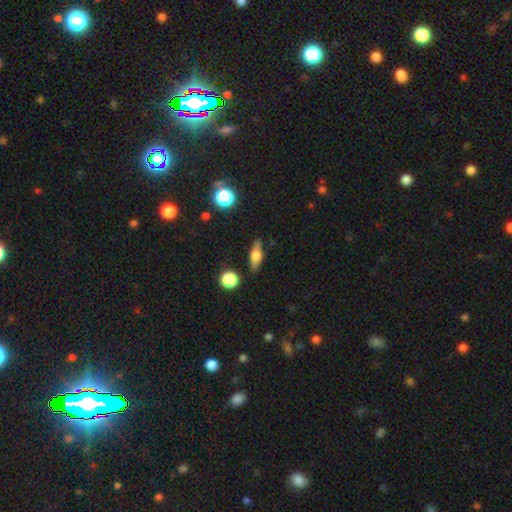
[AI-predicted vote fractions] smooth-or-featured: smooth: 54% | featured or disk: 37% | star or artifact: 9%
  how-rounded: in between: 57% | cigar-shaped: 34% | round: 9%
  merging: none: 84% | minor disturbance: 11% | major disturbance: 3% | merger: 2%